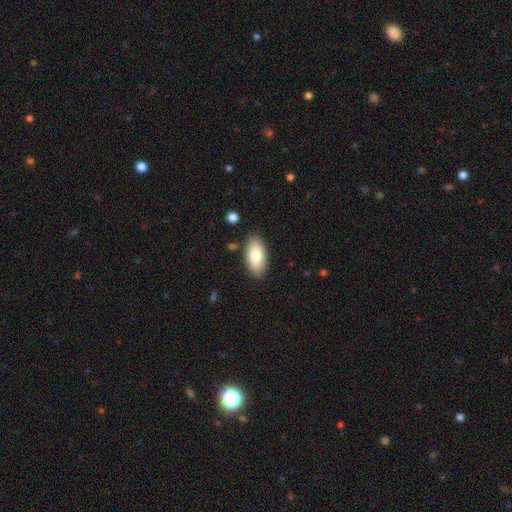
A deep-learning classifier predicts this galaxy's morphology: Smooth or featured? smooth (80%)
How rounded? in between (92%)
Merging? none (85%)